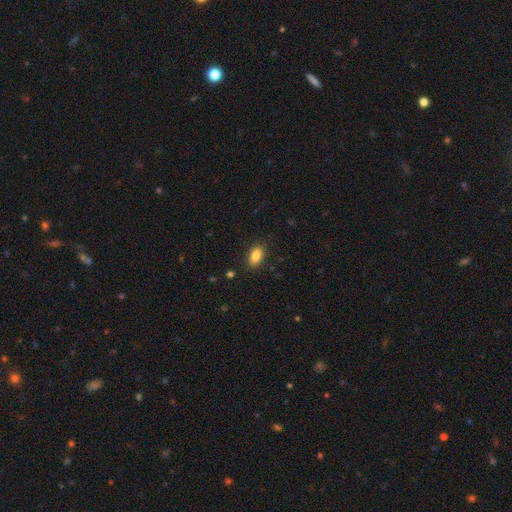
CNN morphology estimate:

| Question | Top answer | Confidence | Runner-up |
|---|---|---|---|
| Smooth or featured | smooth | 85% | star or artifact (8%) |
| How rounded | in between | 90% | round (7%) |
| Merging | none | 87% | minor disturbance (9%) |